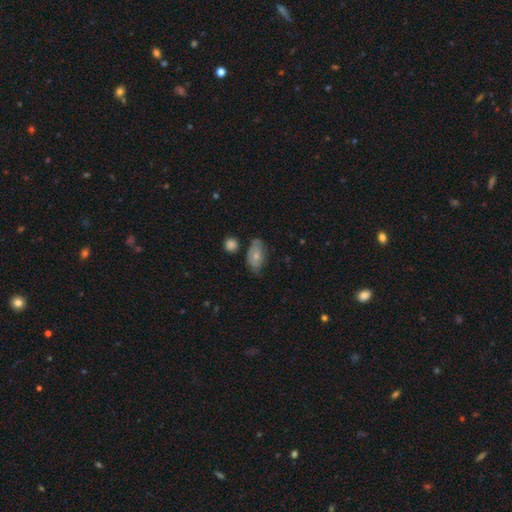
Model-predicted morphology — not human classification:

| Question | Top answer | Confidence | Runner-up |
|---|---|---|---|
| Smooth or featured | smooth | 56% | featured or disk (36%) |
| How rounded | in between | 88% | round (9%) |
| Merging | none | 51% | minor disturbance (34%) |